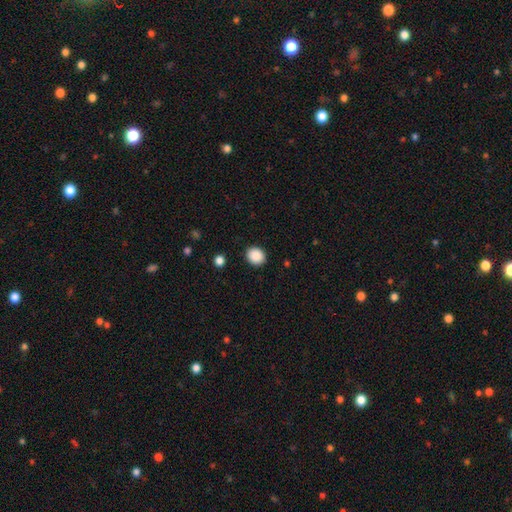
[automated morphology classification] This is clearly a smooth galaxy (89%). How rounded: likely round (69%). Merging: clearly none (90%).